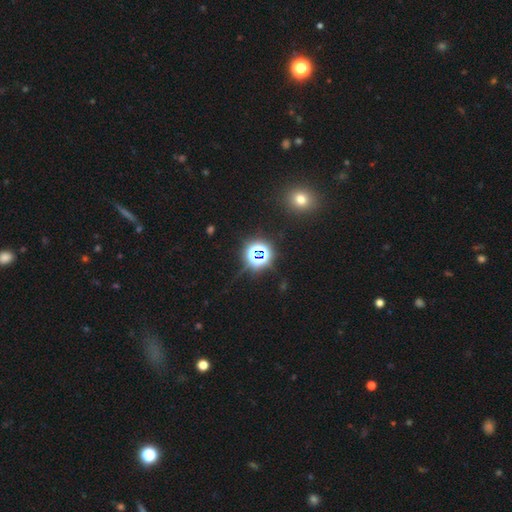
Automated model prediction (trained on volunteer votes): smooth-or-featured: star or artifact: 75% | smooth: 16% | featured or disk: 9%